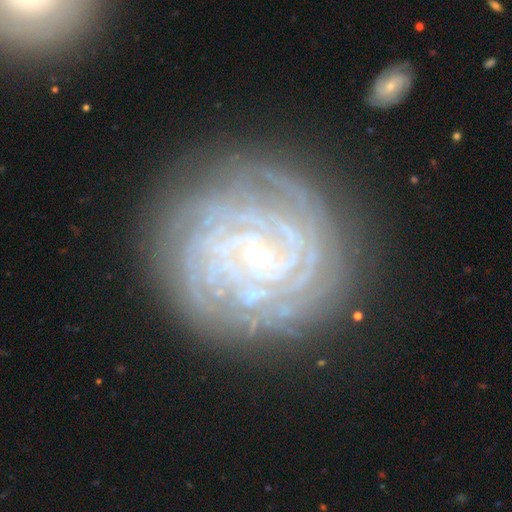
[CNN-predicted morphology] Q: Smooth or featured?
A: featured or disk (87%); runner-up: star or artifact (7%)
Q: Edge-on disk?
A: no (97%); runner-up: yes (3%)
Q: Bar?
A: no (59%); runner-up: weak (28%)
Q: Spiral arms?
A: yes (97%); runner-up: no (3%)
Q: Spiral winding?
A: tight (86%); runner-up: medium (12%)
Q: Spiral arm count?
A: can't tell (24%); runner-up: more than 4 (23%)
Q: Bulge size?
A: small (85%); runner-up: moderate (10%)
Q: Merging?
A: none (79%); runner-up: minor disturbance (14%)